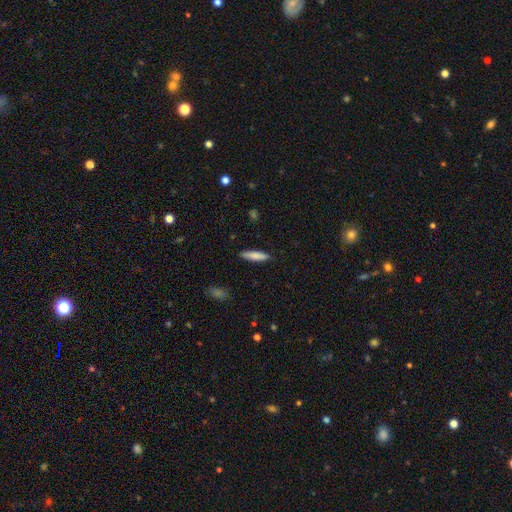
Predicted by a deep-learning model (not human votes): Smooth or featured: smooth — 82% (featured or disk — 12%)
How rounded: cigar-shaped — 77% (in between — 21%)
Merging: none — 89% (minor disturbance — 8%)